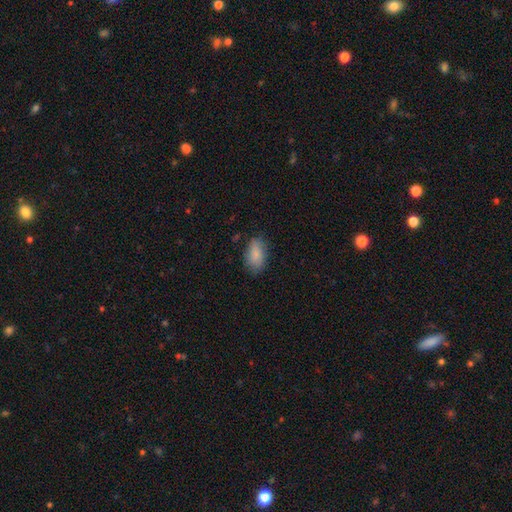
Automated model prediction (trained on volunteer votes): Overall: smooth (86%). How rounded: in between (91%). Merging: none (77%).